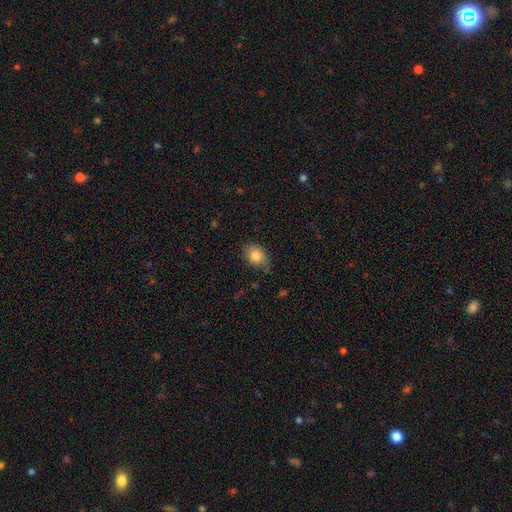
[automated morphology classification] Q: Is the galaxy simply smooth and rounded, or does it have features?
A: smooth — 83%.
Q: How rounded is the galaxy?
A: in between — 67%.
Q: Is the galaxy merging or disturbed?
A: none — 73%.